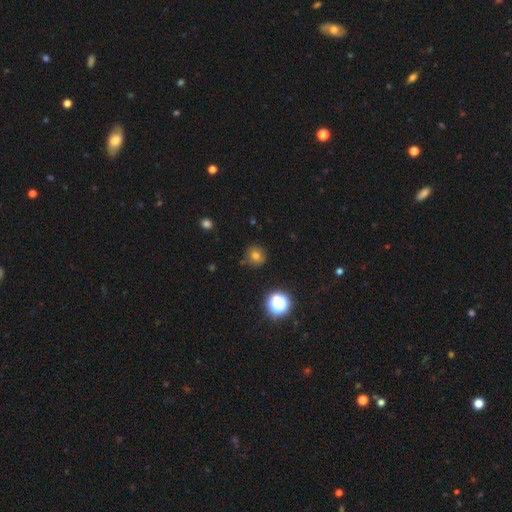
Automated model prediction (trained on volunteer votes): A smooth galaxy with no disk features (73%) that is round (92%).

Vote fractions:
- Smooth or featured? smooth: 73% / star or artifact: 19% / featured or disk: 8%
- How rounded? round: 92% / in between: 7% / cigar-shaped: 1%
- Merging? none: 84% / minor disturbance: 11% / major disturbance: 3% / merger: 2%